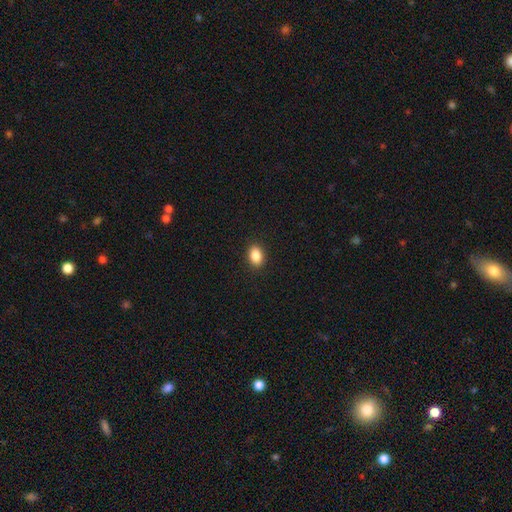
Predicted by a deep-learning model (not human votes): A smooth galaxy with no disk features (87%) that is in between round and cigar-shaped (77%).

Vote fractions:
- Smooth or featured? smooth: 87% / star or artifact: 9% / featured or disk: 4%
- How rounded? in between: 77% / round: 21% / cigar-shaped: 1%
- Merging? none: 91% / minor disturbance: 7% / major disturbance: 2% / merger: 1%